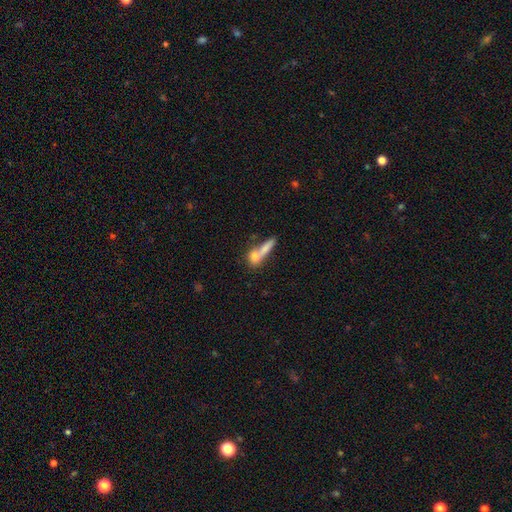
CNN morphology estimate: A smooth galaxy with no disk features (71%) that is cigar-shaped (45%).

Vote fractions:
- Smooth or featured? smooth: 71% / featured or disk: 20% / star or artifact: 9%
- How rounded? cigar-shaped: 45% / in between: 33% / round: 22%
- Merging? merger: 47% / none: 36% / minor disturbance: 10% / major disturbance: 7%